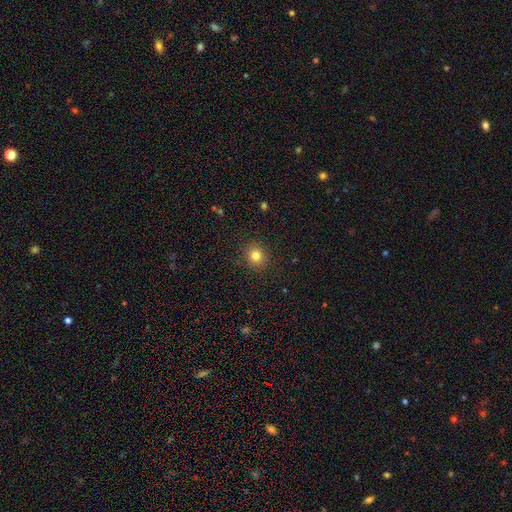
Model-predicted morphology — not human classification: Q: Smooth or featured?
A: smooth (82%); runner-up: star or artifact (12%)
Q: How rounded?
A: round (86%); runner-up: in between (13%)
Q: Merging?
A: none (90%); runner-up: minor disturbance (7%)